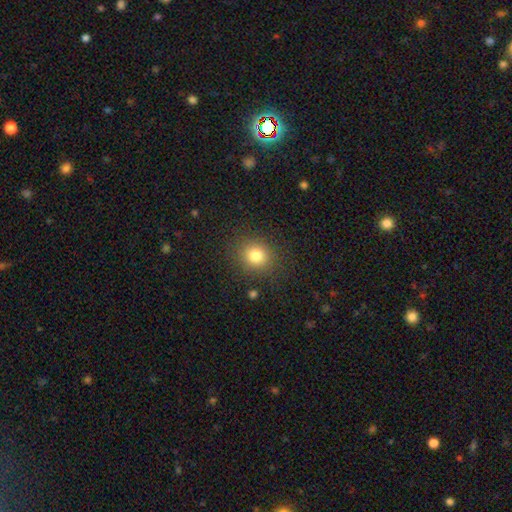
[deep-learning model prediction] smooth_or_featured: smooth (p=0.80) [alt: star or artifact p=0.13]
how_rounded: round (p=0.85) [alt: in between p=0.14]
merging: none (p=0.87) [alt: minor disturbance p=0.08]